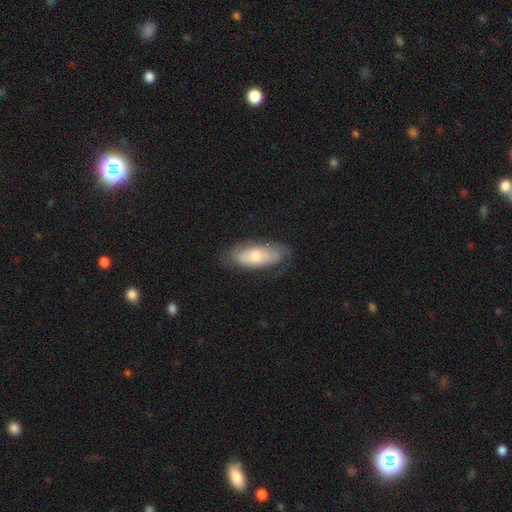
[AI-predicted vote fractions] Morphology: type=smooth (55%); roundness=in between (84%); merging=none (65%).